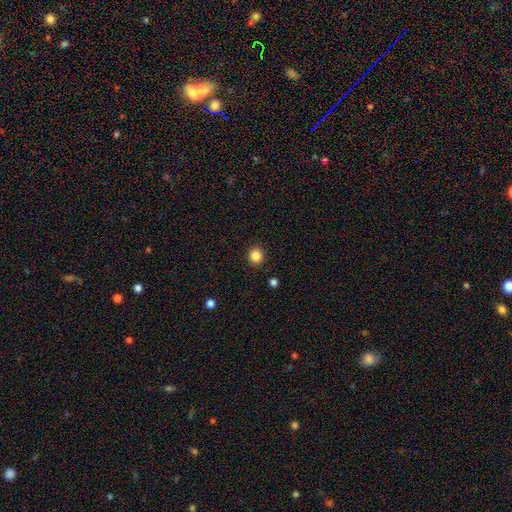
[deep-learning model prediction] Q: Smooth or featured?
A: smooth (85%); runner-up: star or artifact (12%)
Q: How rounded?
A: round (90%); runner-up: in between (9%)
Q: Merging?
A: none (92%); runner-up: minor disturbance (5%)